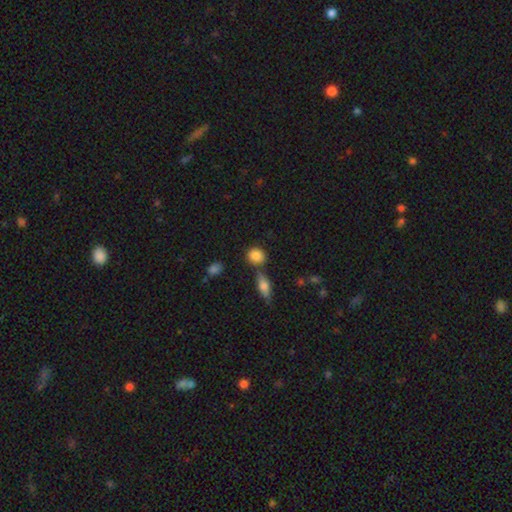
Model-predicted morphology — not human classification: Smooth or featured? Predicted: smooth (p=0.85). How rounded? Predicted: round (p=0.75). Merging? Predicted: none (p=0.70).